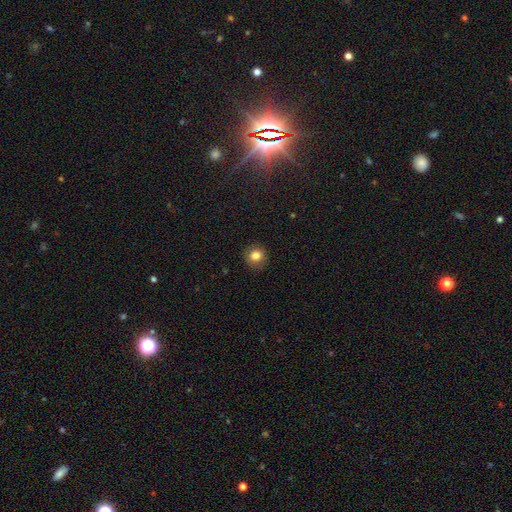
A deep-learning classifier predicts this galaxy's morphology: smooth-or-featured: smooth: 82% | star or artifact: 11% | featured or disk: 7%
  how-rounded: round: 86% | in between: 13% | cigar-shaped: 1%
  merging: none: 89% | minor disturbance: 8% | major disturbance: 2% | merger: 1%